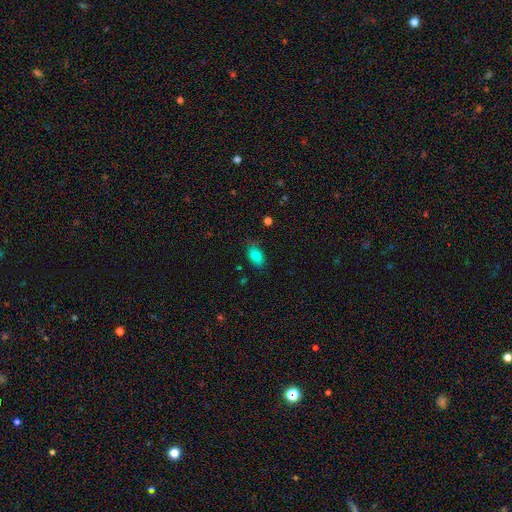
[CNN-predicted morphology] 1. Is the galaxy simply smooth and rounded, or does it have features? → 84% smooth, 9% star or artifact, 7% featured or disk.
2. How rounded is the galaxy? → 90% in between, 8% round, 2% cigar-shaped.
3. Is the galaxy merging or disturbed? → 74% none, 20% minor disturbance, 5% major disturbance, 2% merger.